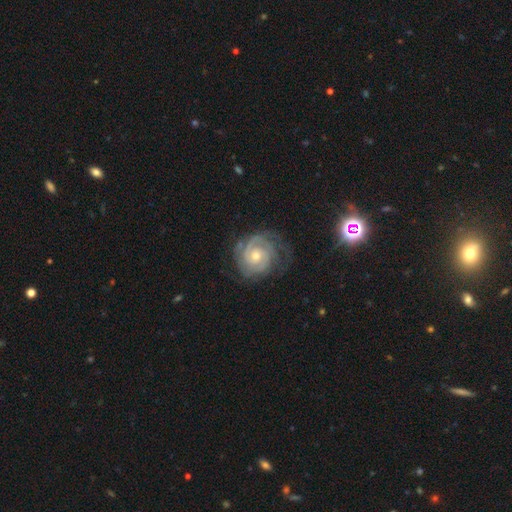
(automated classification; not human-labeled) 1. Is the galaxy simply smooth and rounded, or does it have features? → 86% featured or disk, 9% smooth, 5% star or artifact.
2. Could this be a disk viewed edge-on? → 98% no, 2% yes.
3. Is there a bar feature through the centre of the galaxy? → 71% no, 25% weak, 4% strong.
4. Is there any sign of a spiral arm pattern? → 96% yes, 4% no.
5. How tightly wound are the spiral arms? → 74% tight, 21% medium, 5% loose.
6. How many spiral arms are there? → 45% 2, 23% can't tell, 18% 3, 5% 1, 5% 4, 4% more than 4.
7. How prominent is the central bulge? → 54% moderate, 41% small, 2% large, 1% none, 1% dominant.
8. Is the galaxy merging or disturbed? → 67% none, 20% minor disturbance, 11% major disturbance, 1% merger.